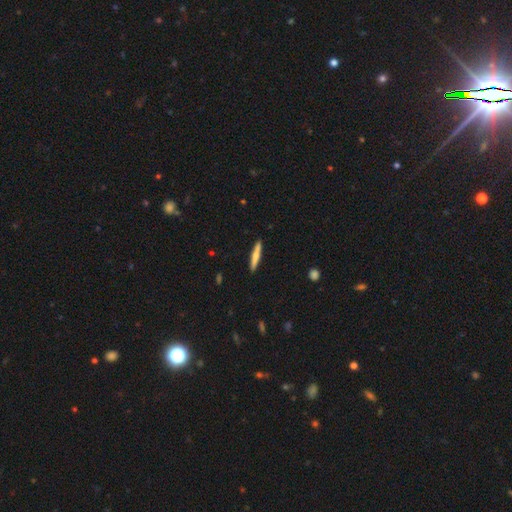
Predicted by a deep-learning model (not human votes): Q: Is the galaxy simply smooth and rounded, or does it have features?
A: smooth — 57%.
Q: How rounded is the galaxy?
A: cigar-shaped — 93%.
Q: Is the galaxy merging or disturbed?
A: none — 91%.